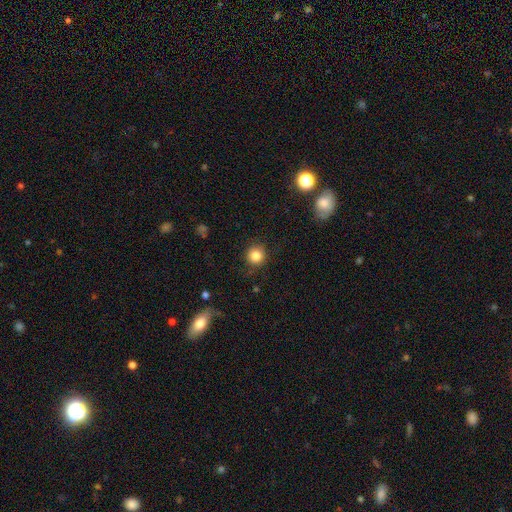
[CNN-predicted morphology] type=smooth (84%); roundness=round (92%); merging=none (86%).